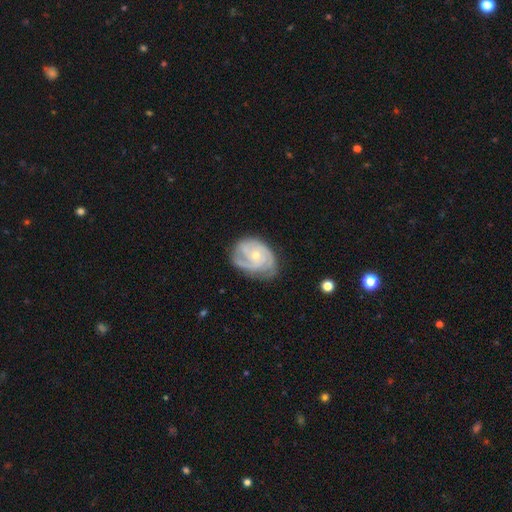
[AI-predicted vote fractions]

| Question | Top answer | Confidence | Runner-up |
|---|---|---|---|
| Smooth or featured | featured or disk | 86% | smooth (9%) |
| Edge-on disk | no | 98% | yes (2%) |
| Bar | no | 73% | weak (22%) |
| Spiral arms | yes | 96% | no (4%) |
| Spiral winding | tight | 61% | medium (32%) |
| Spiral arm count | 3 | 45% | 2 (24%) |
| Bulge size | small | 54% | moderate (43%) |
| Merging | none | 66% | minor disturbance (24%) |